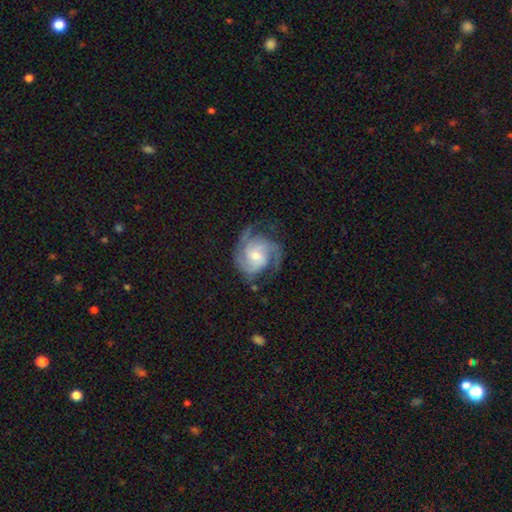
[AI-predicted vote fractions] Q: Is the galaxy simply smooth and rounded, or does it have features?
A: featured or disk — 89%.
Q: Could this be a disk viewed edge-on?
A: no — 98%.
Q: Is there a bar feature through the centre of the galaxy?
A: no — 57%.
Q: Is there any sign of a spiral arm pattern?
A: yes — 98%.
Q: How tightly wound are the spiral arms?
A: tight — 49%.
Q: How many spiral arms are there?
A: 3 — 40%.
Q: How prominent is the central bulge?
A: moderate — 53%.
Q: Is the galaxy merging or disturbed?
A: none — 69%.